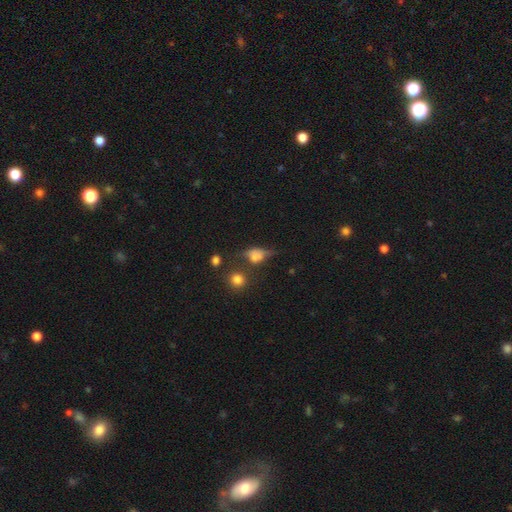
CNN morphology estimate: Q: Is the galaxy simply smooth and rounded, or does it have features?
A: smooth — 60%.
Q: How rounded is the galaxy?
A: in between — 56%.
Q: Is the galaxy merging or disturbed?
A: none — 36%.